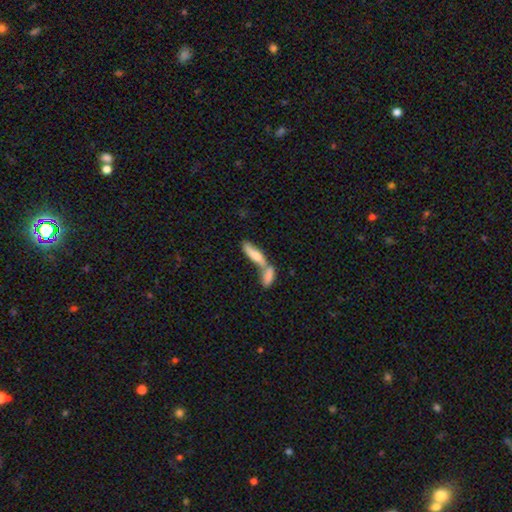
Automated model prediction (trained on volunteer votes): Morphology: type=smooth (63%); roundness=cigar-shaped (61%); merging=merger (63%).